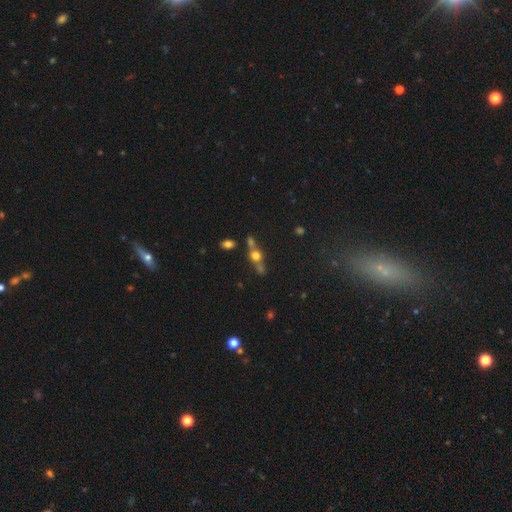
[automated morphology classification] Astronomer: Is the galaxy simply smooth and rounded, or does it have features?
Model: smooth — 51% (runner-up: featured or disk, 33%).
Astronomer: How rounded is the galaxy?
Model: round — 48% (runner-up: in between, 34%).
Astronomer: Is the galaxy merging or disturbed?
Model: none — 45% (runner-up: merger, 38%).